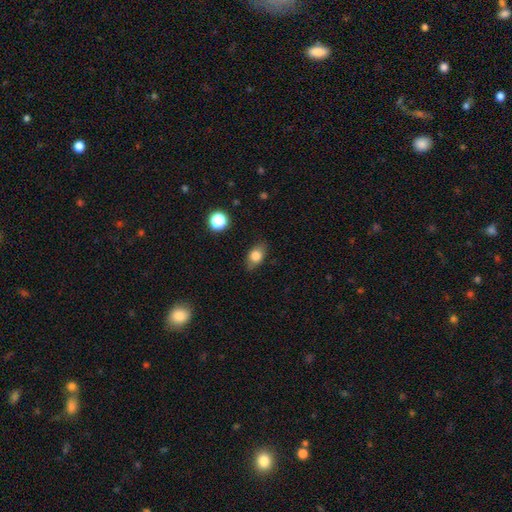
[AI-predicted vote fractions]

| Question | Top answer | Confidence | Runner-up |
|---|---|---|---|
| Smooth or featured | smooth | 77% | featured or disk (13%) |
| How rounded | in between | 77% | round (21%) |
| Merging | none | 80% | minor disturbance (15%) |